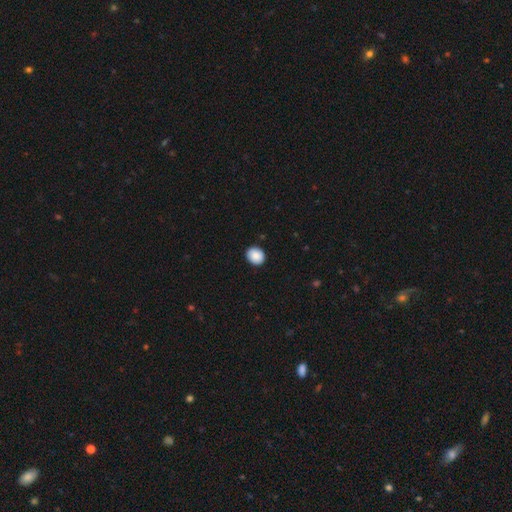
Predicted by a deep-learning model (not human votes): Q: Smooth or featured?
A: smooth (88%); runner-up: star or artifact (8%)
Q: How rounded?
A: round (67%); runner-up: in between (32%)
Q: Merging?
A: none (90%); runner-up: minor disturbance (7%)